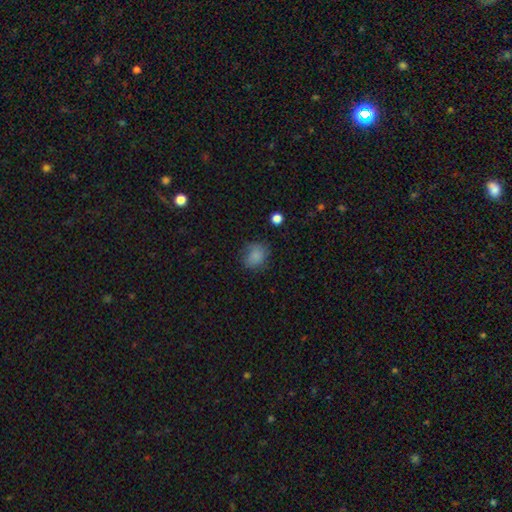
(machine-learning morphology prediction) A smooth galaxy with no disk features (80%) that is round (57%). Merging: none (64%).